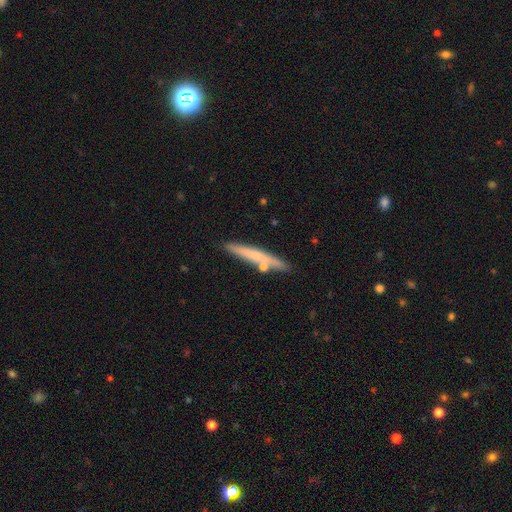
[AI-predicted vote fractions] smooth_or_featured: smooth (p=0.56) [alt: featured or disk p=0.37]
how_rounded: cigar-shaped (p=0.94) [alt: in between p=0.04]
merging: none (p=0.79) [alt: minor disturbance p=0.11]